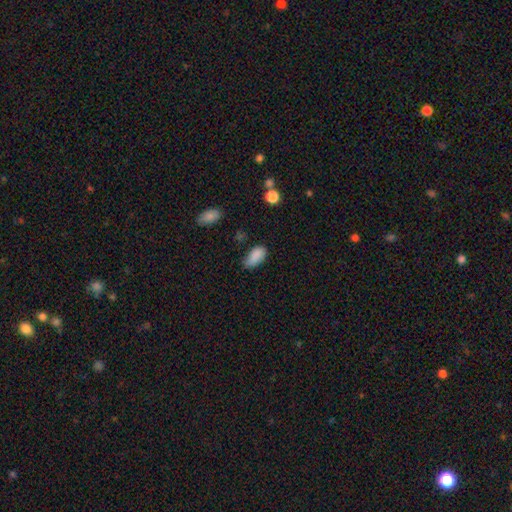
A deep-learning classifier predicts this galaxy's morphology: smooth-or-featured: smooth: 86% | star or artifact: 9% | featured or disk: 6%
  how-rounded: in between: 93% | round: 4% | cigar-shaped: 3%
  merging: none: 54% | minor disturbance: 36% | major disturbance: 7% | merger: 3%